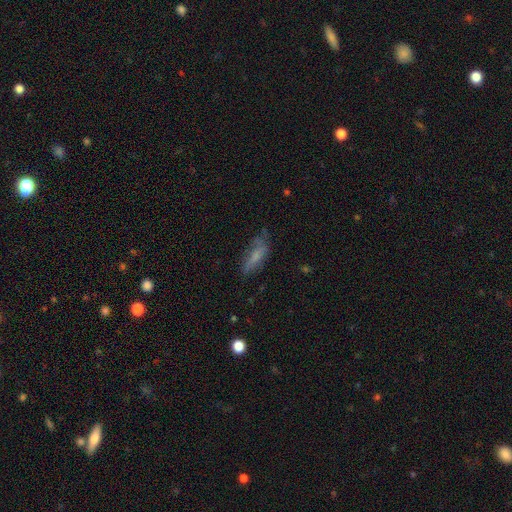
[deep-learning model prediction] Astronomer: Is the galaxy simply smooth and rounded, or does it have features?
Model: smooth — 61%.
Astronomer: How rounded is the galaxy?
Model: in between — 58% (runner-up: cigar-shaped, 40%).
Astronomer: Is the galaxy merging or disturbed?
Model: none — 55%.